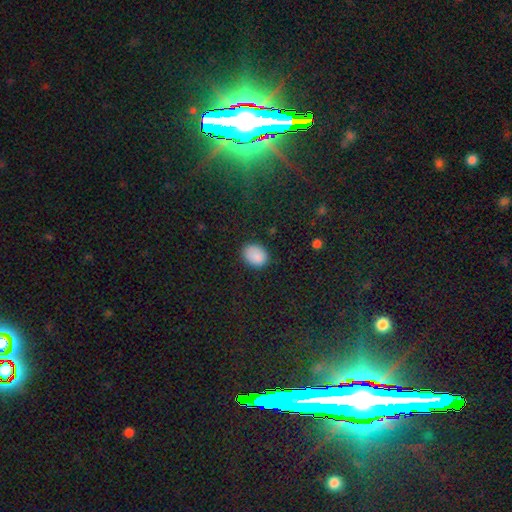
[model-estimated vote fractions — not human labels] This is clearly a smooth galaxy (87%). How rounded: possibly in between (58%). Merging: clearly none (84%).